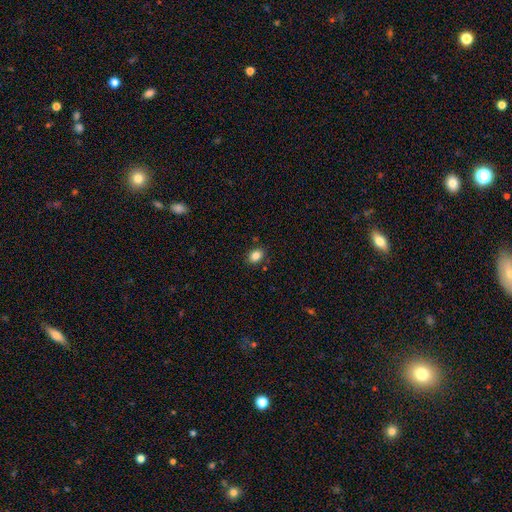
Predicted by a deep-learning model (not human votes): Overall: smooth (85%). How rounded: in between (61%; round 38%). Merging: none (86%).